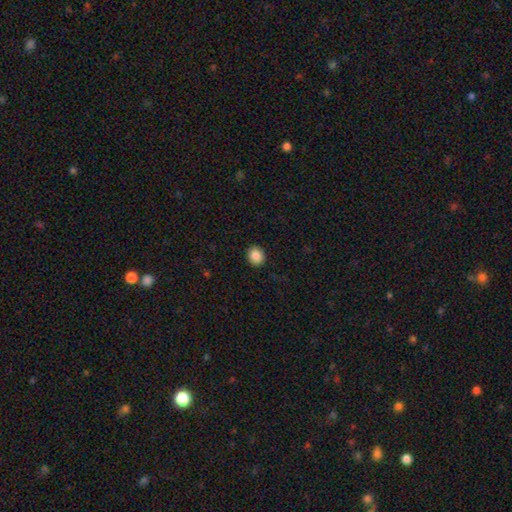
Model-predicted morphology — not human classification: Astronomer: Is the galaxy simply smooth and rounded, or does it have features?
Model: smooth — 87%.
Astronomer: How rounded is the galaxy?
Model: round — 70%.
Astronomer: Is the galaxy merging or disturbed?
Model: none — 91%.